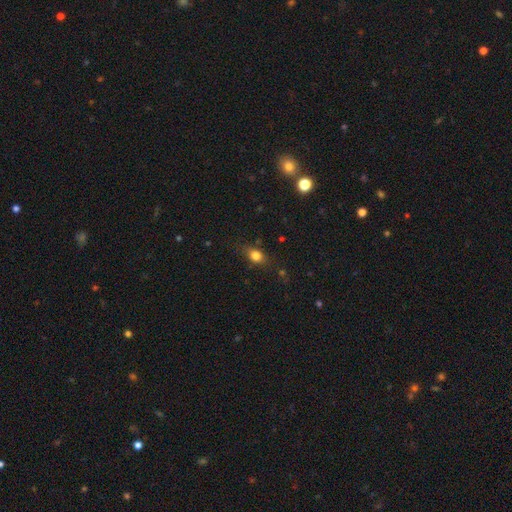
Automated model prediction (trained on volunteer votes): Smooth or featured: smooth — 77% (star or artifact — 12%)
How rounded: in between — 60% (round — 33%)
Merging: none — 73% (minor disturbance — 20%)